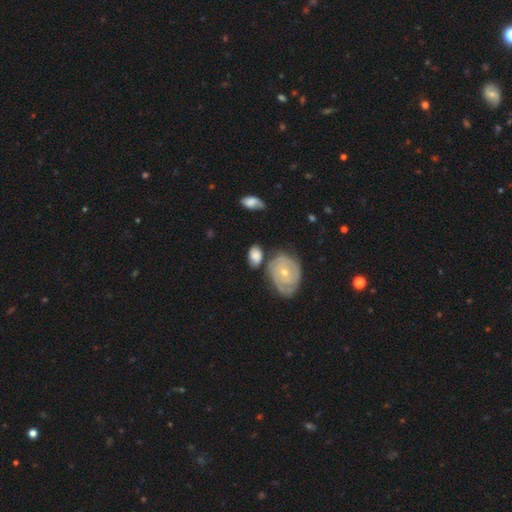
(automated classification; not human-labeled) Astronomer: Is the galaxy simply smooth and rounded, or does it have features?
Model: smooth — 57% (runner-up: featured or disk, 35%).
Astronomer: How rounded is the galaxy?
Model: in between — 74%.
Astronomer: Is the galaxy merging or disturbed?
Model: none — 54%.